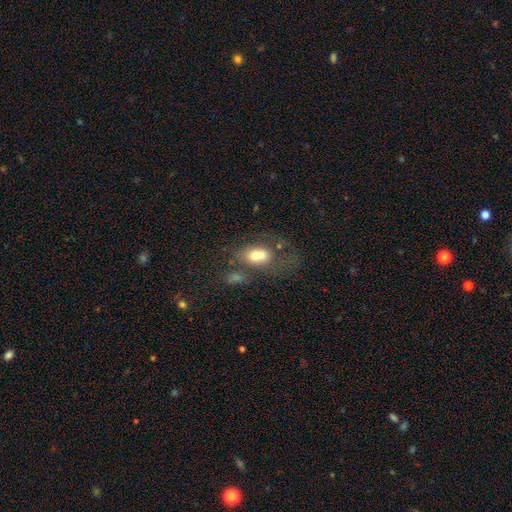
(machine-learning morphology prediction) A smooth galaxy with no disk features (62%) that is in between round and cigar-shaped (73%). Merging: merger (53%).